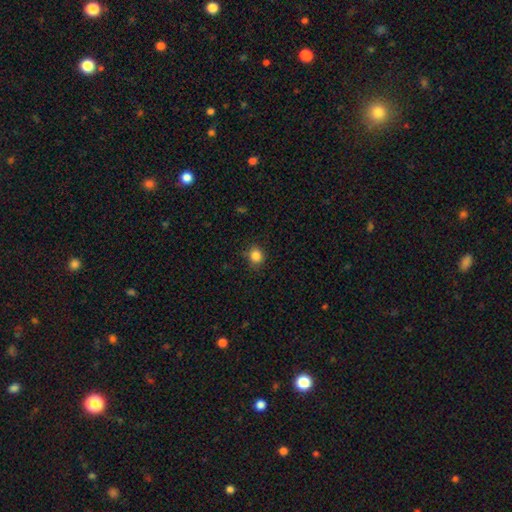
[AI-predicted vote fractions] Q: Smooth or featured?
A: smooth (85%); runner-up: star or artifact (11%)
Q: How rounded?
A: round (76%); runner-up: in between (23%)
Q: Merging?
A: none (81%); runner-up: minor disturbance (14%)